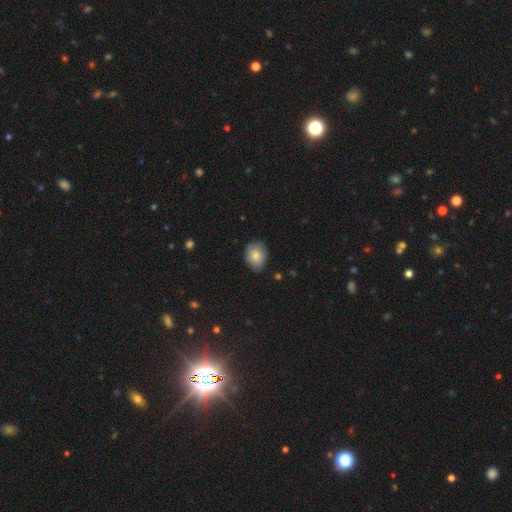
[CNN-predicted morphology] Overall: smooth (81%). How rounded: in between (63%; round 37%). Merging: none (77%).